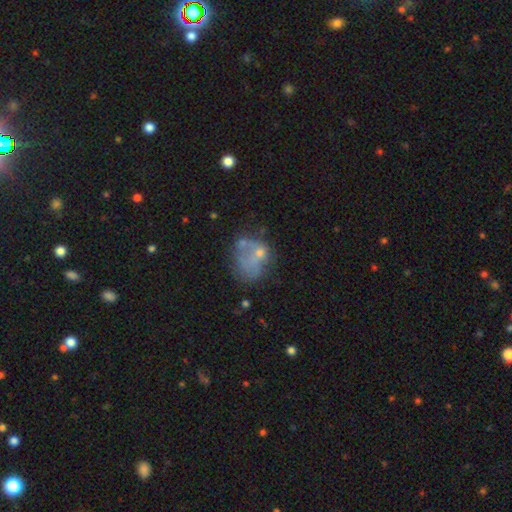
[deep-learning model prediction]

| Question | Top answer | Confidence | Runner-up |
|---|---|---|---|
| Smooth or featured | smooth | 45% | featured or disk (40%) |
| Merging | none | 34% | major disturbance (27%) |